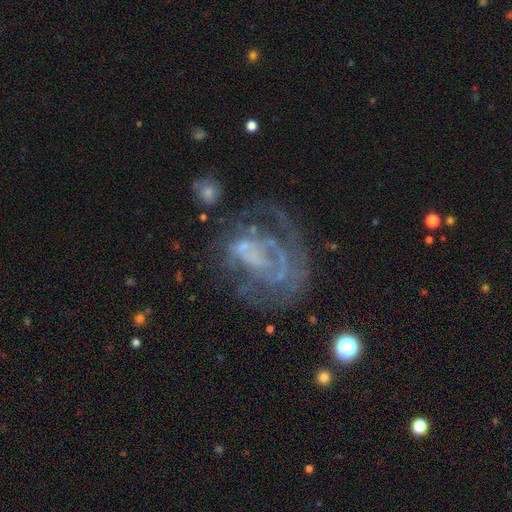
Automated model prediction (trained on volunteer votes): Overall: featured or disk (74%). Edge-on disk: no (98%). Bar: no (76%). Spiral arms: yes (53%; no 47%). Bulge size: none (70%). Merging: major disturbance (39%; none 38%).